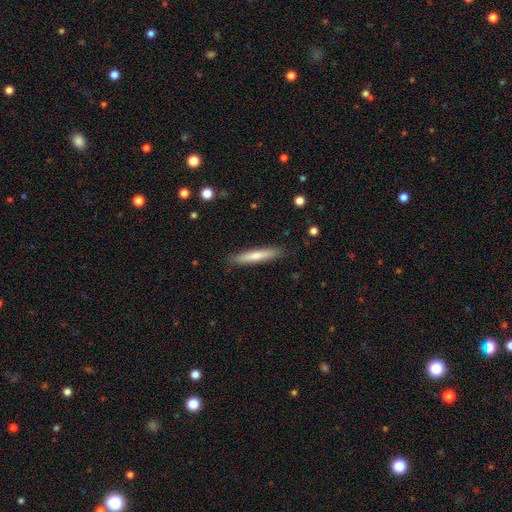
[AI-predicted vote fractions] Q: Smooth or featured?
A: smooth (58%); runner-up: featured or disk (35%)
Q: How rounded?
A: cigar-shaped (93%); runner-up: in between (5%)
Q: Merging?
A: none (90%); runner-up: minor disturbance (7%)